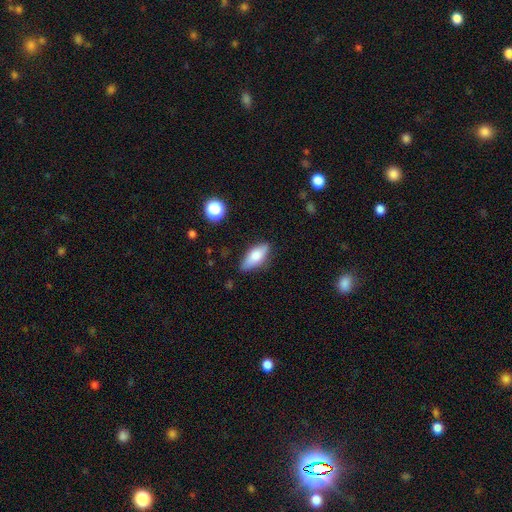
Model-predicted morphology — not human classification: This appears to be a smooth galaxy with no disk features (73%) that is in between round and cigar-shaped (79%). Merging: none (79%).